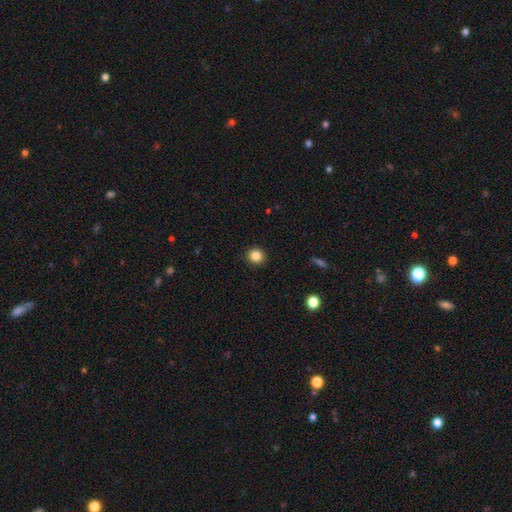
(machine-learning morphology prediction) This appears to be a smooth galaxy with no disk features (85%) that is round (90%). Merging: none (92%).